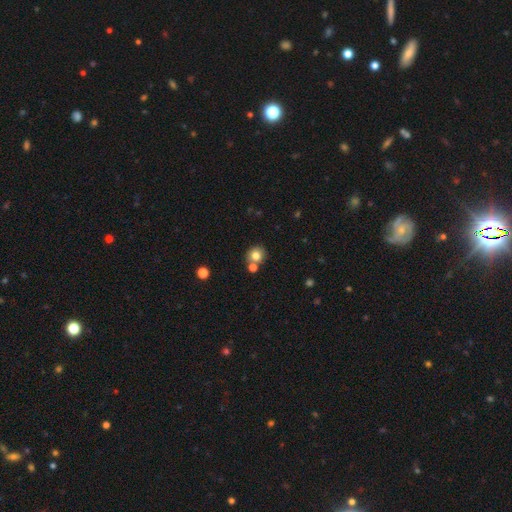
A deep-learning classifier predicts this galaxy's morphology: smooth_or_featured: smooth (p=0.78) [alt: star or artifact p=0.12]
how_rounded: round (p=0.85) [alt: in between p=0.14]
merging: none (p=0.65) [alt: merger p=0.23]